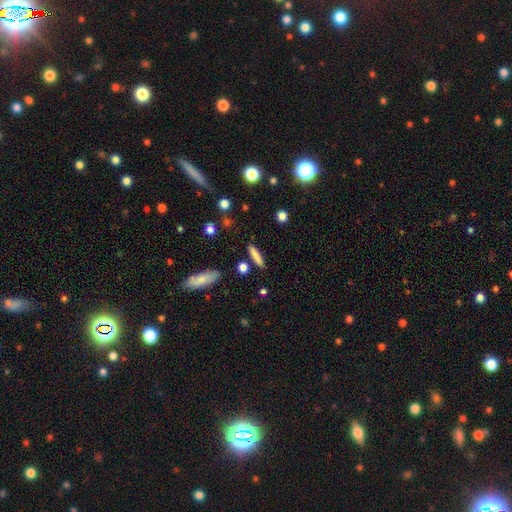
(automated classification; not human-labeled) A smooth galaxy with no disk features (81%) that is cigar-shaped (84%). Merging: none (85%).